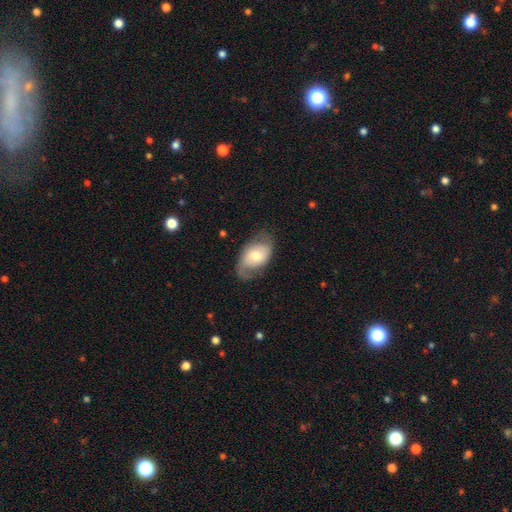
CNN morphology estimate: Smooth or featured? featured or disk (53%)
Edge-on disk? no (94%)
Merging? none (63%)